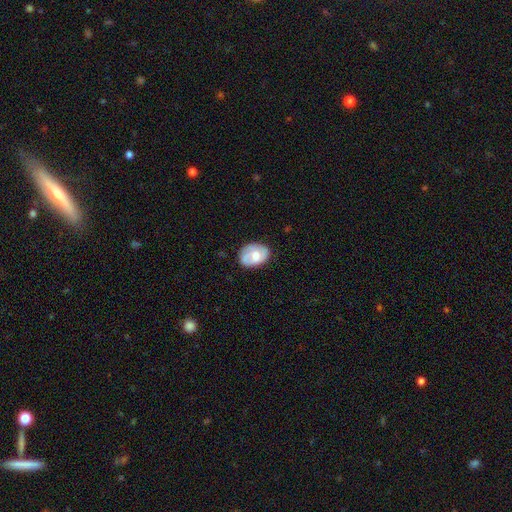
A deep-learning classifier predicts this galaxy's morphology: smooth 54%, featured or disk 39%, star or artifact 7%. Down the decision tree: how rounded — in between (72%); merging — none (70%).